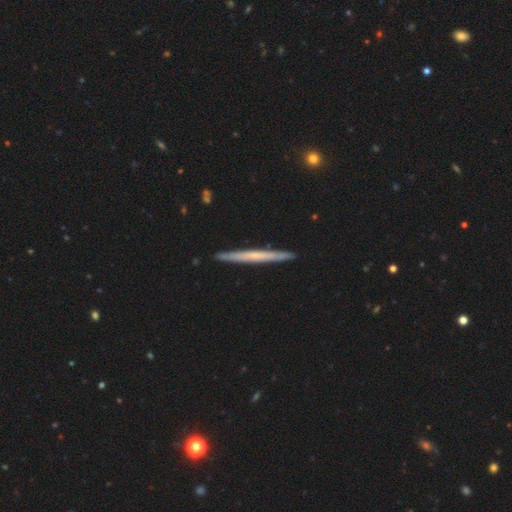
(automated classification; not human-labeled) smooth-or-featured: featured or disk: 53% | smooth: 41% | star or artifact: 5%
  disk-edge-on: yes: 97% | no: 3%
    edge-on-bulge: none: 80% | rounded: 15% | boxy: 5%
  merging: none: 92% | minor disturbance: 6% | merger: 1% | major disturbance: 1%